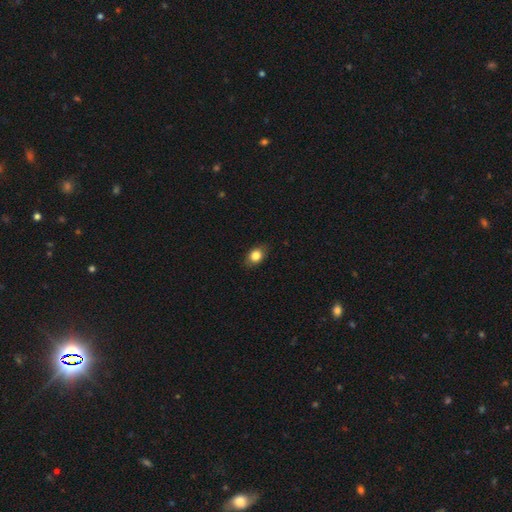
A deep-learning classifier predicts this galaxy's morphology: This appears to be a smooth galaxy with no disk features (83%) that is in between round and cigar-shaped (67%). Merging: none (83%).